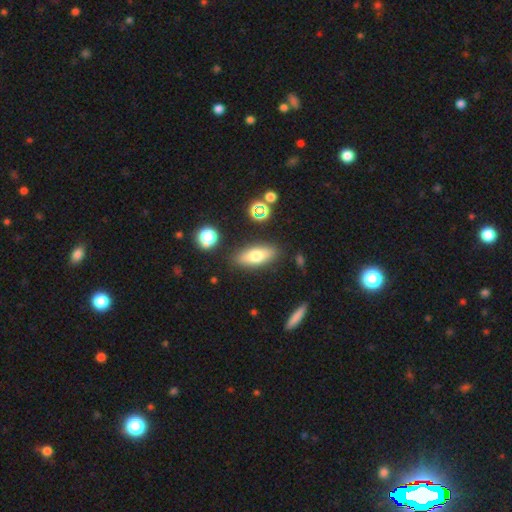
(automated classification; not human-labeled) Smooth or featured? smooth (68%)
How rounded? in between (72%)
Merging? none (83%)